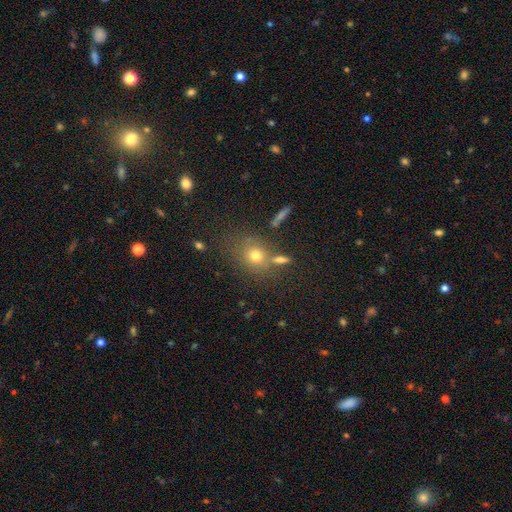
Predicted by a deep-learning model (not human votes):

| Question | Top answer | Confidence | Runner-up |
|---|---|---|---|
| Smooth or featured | smooth | 70% | star or artifact (17%) |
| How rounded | round | 64% | in between (34%) |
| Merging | none | 66% | merger (15%) |